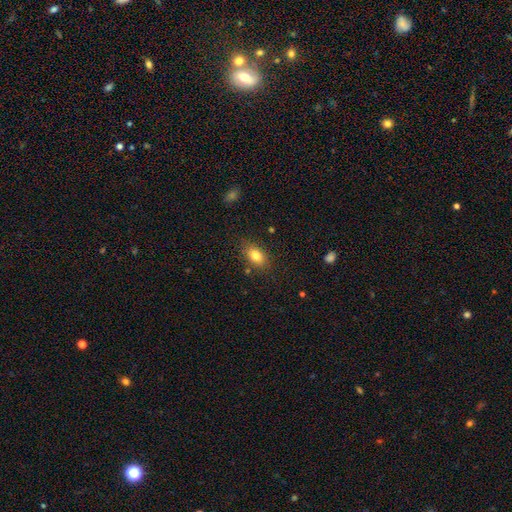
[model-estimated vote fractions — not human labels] Morphology: type=smooth (81%); roundness=in between (85%); merging=none (81%).